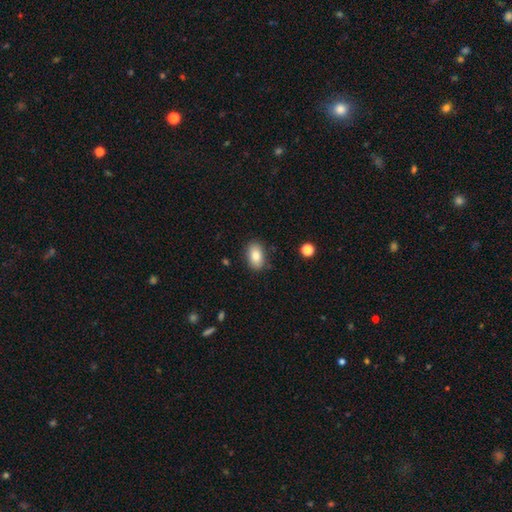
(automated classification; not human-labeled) The model was most divided on "merging": none: 85%, minor disturbance: 11%, major disturbance: 3%, merger: 2%. More confident: how rounded — in between (89%); smooth or featured — smooth (84%).